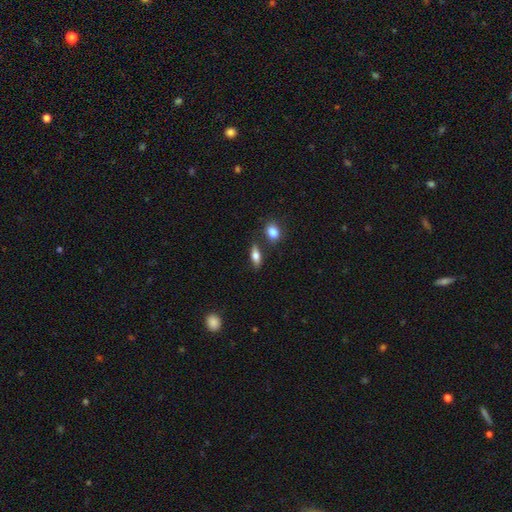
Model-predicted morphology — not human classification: Q: Smooth or featured?
A: smooth (69%); runner-up: featured or disk (23%)
Q: How rounded?
A: in between (69%); runner-up: cigar-shaped (26%)
Q: Merging?
A: none (76%); runner-up: minor disturbance (12%)